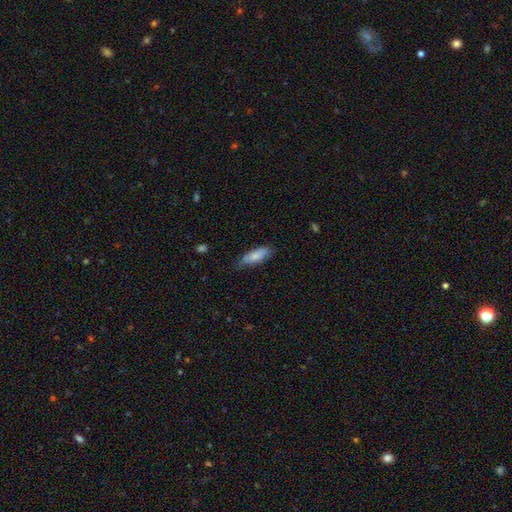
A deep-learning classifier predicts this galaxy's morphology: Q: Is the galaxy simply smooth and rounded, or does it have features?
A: smooth — 79%.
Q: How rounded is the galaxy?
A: in between — 63%.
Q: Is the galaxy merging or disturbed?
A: none — 62%.